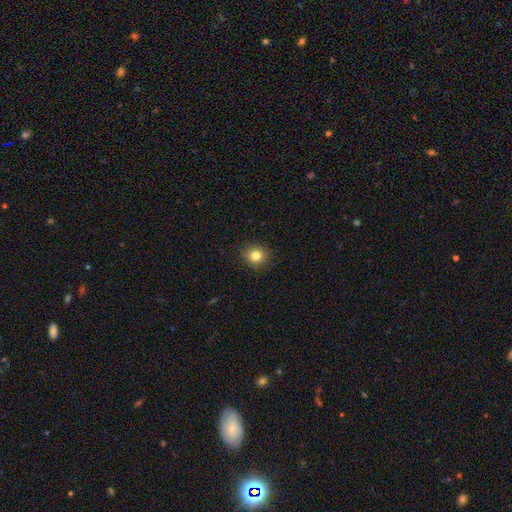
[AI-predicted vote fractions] smooth 83%, star or artifact 11%, featured or disk 6%. Down the decision tree: how rounded — round (84%); merging — none (88%).